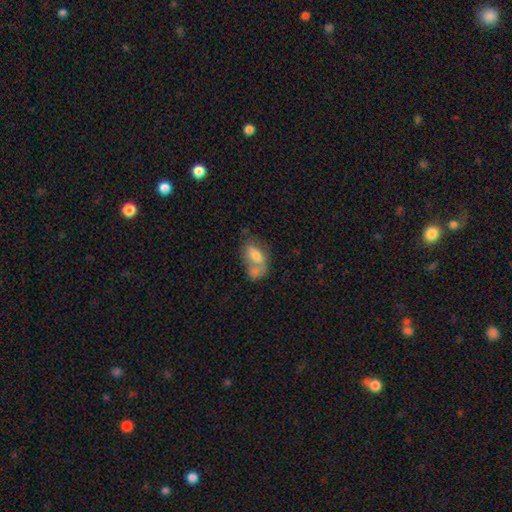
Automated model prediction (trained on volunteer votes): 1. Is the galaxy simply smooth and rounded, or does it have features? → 67% smooth, 25% featured or disk, 8% star or artifact.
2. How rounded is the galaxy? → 86% in between, 10% round, 4% cigar-shaped.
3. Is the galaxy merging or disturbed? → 57% merger, 23% none, 12% minor disturbance, 8% major disturbance.